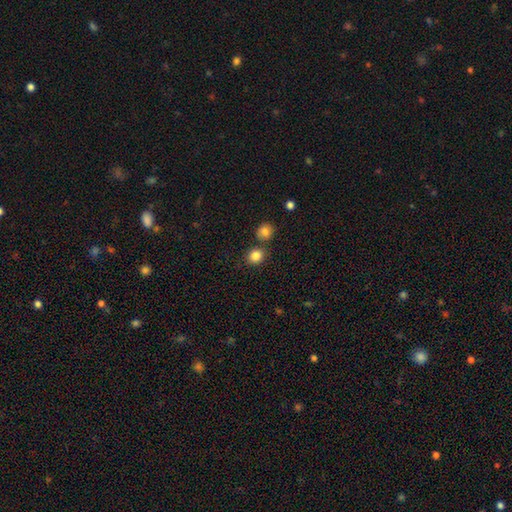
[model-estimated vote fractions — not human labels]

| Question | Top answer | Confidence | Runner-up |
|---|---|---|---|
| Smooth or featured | smooth | 84% | star or artifact (11%) |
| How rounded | round | 81% | in between (18%) |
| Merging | none | 75% | merger (15%) |